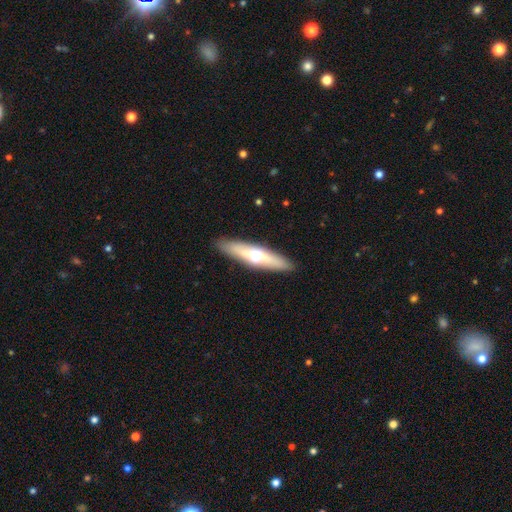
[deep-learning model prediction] This is possibly a featured or disk galaxy (51%). It is clearly viewed edge-on (81%). Merging: clearly none (90%).